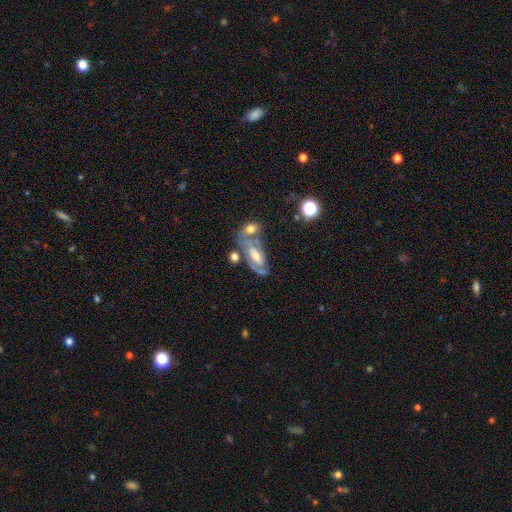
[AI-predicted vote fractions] Overall: featured or disk (68%). Edge-on disk: no (87%). Bar: no (44%; weak 36%). Spiral arms: yes (71%). Bulge size: moderate (49%; small 37%). Merging: none (41%; merger 29%).